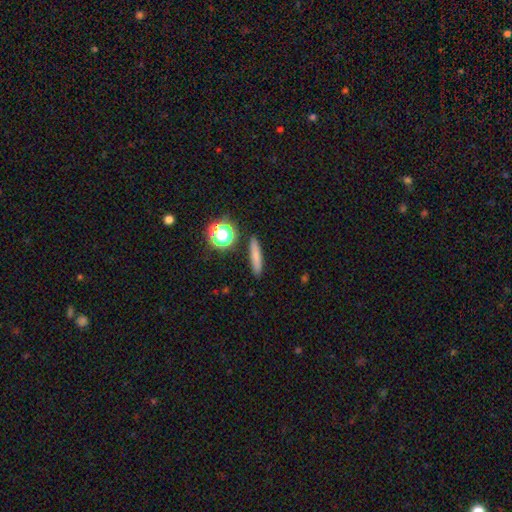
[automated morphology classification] Smooth or featured? Predicted: smooth (p=0.72). How rounded? Predicted: cigar-shaped (p=0.81). Merging? Predicted: none (p=0.88).